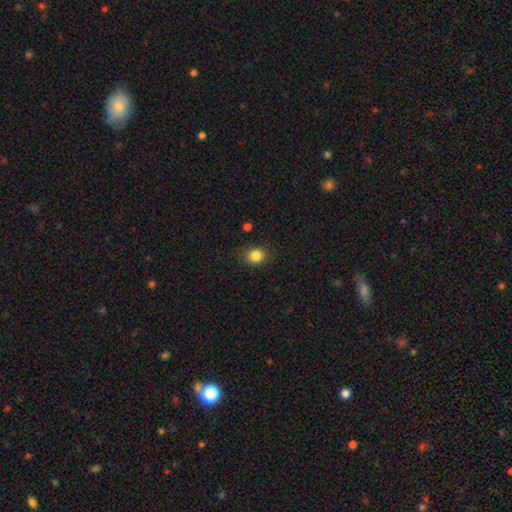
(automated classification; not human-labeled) smooth 85%, star or artifact 11%, featured or disk 5%. Down the decision tree: how rounded — round (67%); merging — none (85%).